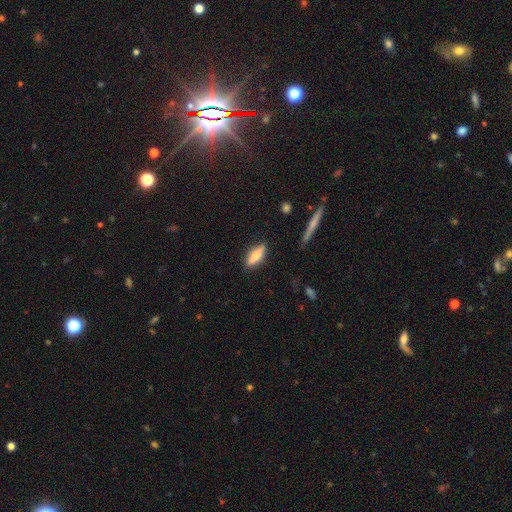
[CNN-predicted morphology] Smooth or featured?
  - smooth: 65% *
  - featured or disk: 29%
  - star or artifact: 7%
How rounded?
  - cigar-shaped: 53% *
  - in between: 45%
  - round: 2%
Merging?
  - none: 83% *
  - minor disturbance: 13%
  - major disturbance: 3%
  - merger: 2%